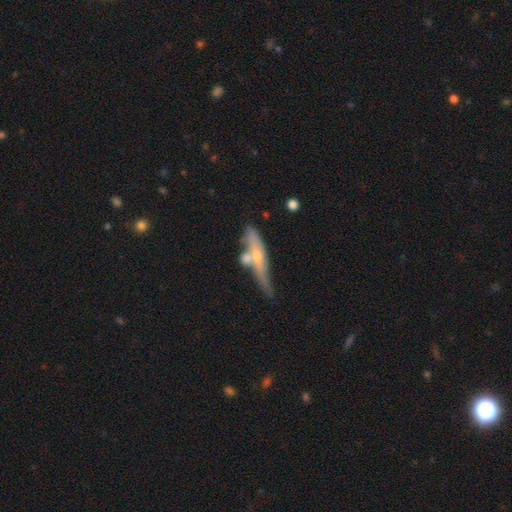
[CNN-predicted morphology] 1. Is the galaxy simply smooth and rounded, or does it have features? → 53% featured or disk, 40% smooth, 6% star or artifact.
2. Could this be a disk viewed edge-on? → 79% yes, 21% no.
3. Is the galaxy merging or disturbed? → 44% none, 27% merger, 20% minor disturbance, 8% major disturbance.